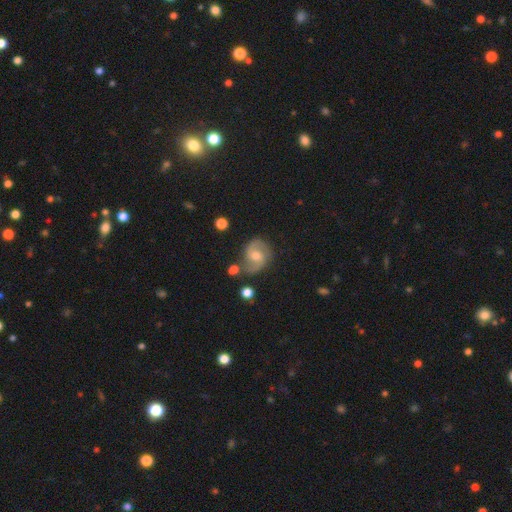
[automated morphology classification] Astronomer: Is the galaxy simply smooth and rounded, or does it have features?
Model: featured or disk — 78%.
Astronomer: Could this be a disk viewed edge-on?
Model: no — 98%.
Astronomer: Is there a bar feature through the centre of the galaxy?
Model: weak — 47% (runner-up: no, 44%).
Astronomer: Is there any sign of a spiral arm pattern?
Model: yes — 94%.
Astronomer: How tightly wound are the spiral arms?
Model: medium — 55%.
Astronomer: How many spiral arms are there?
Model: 2 — 91%.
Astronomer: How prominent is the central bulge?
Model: moderate — 61%.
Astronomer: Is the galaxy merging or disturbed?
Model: none — 70%.